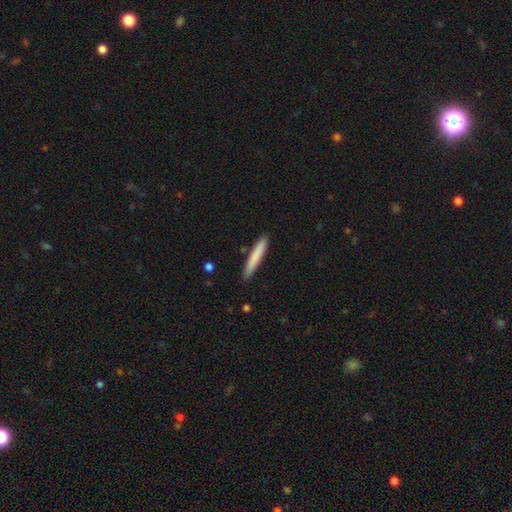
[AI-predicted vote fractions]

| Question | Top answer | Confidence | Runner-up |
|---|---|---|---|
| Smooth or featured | smooth | 80% | featured or disk (15%) |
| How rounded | cigar-shaped | 95% | in between (4%) |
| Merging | none | 89% | minor disturbance (8%) |